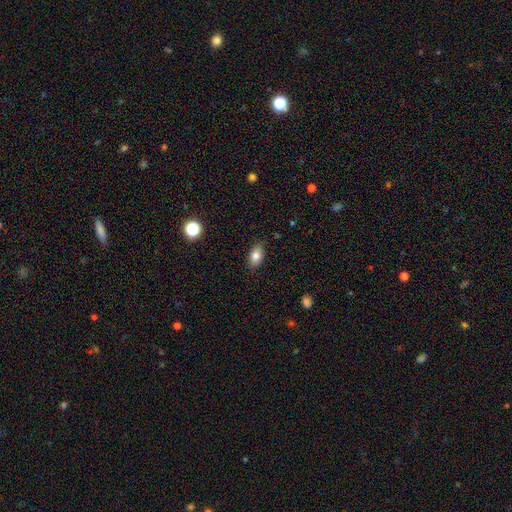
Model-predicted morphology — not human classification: Smooth or featured: smooth — 81% (featured or disk — 10%)
How rounded: in between — 88% (round — 8%)
Merging: none — 86% (minor disturbance — 11%)